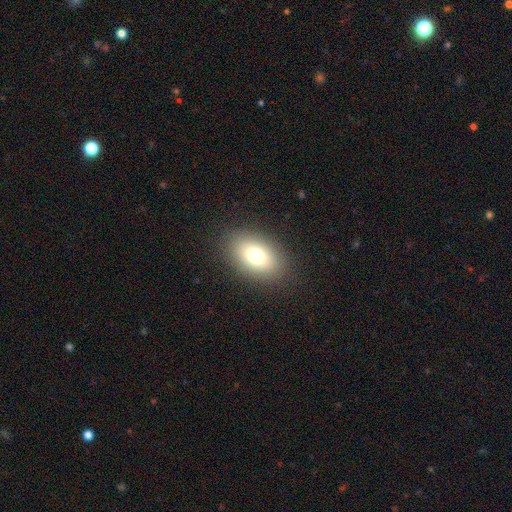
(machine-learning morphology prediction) Overall: smooth (76%). How rounded: in between (83%). Merging: none (87%).